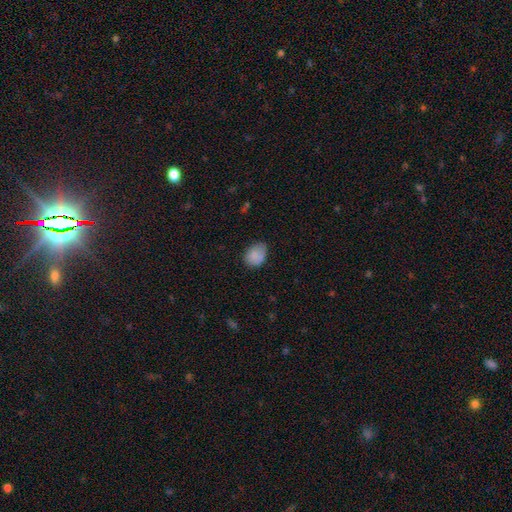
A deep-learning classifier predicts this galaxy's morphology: A smooth galaxy with no disk features (83%) that is in between round and cigar-shaped (70%). Merging: none (64%).